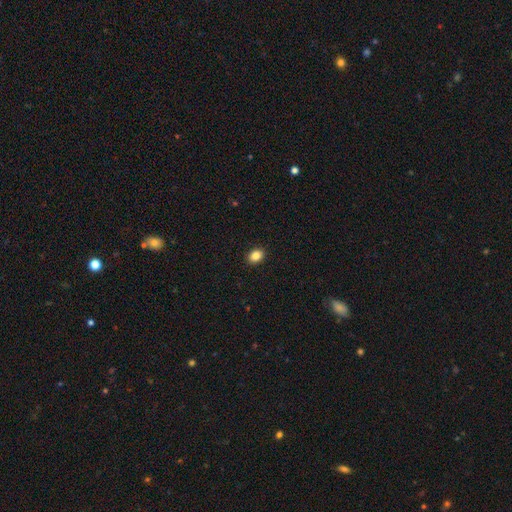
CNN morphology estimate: This appears to be a smooth galaxy with no disk features (85%) that is in between round and cigar-shaped (66%). Merging: none (91%).